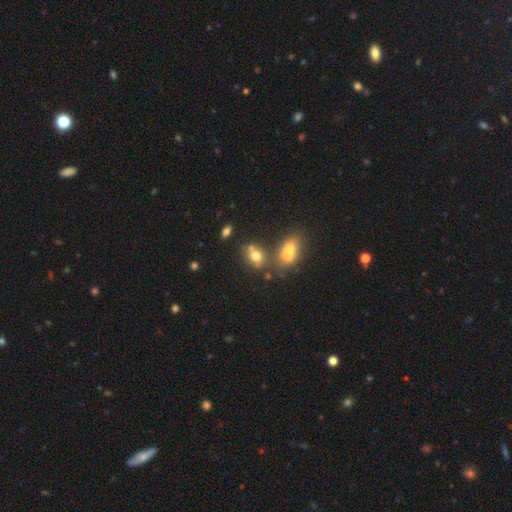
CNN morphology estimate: Smooth or featured: smooth — 72% (featured or disk — 14%)
How rounded: in between — 61% (round — 37%)
Merging: none — 46% (merger — 33%)